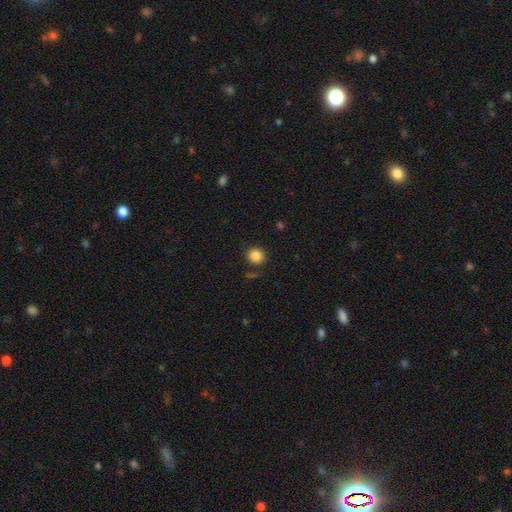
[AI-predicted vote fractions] Morphology: type=smooth (85%); roundness=round (84%); merging=none (84%).